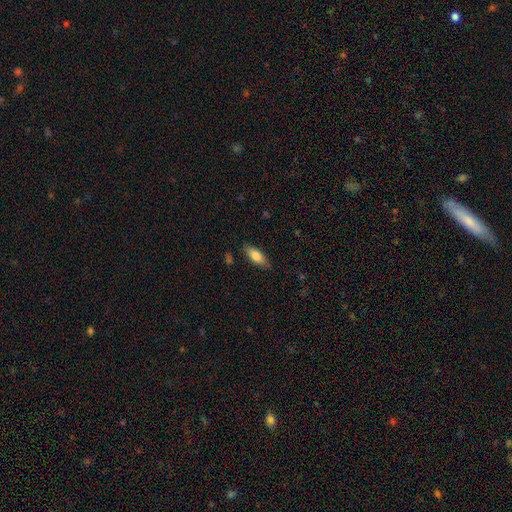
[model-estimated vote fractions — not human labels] smooth-or-featured: smooth: 76% | featured or disk: 18% | star or artifact: 6%
  how-rounded: in between: 73% | cigar-shaped: 24% | round: 2%
  merging: none: 82% | minor disturbance: 14% | major disturbance: 3% | merger: 1%